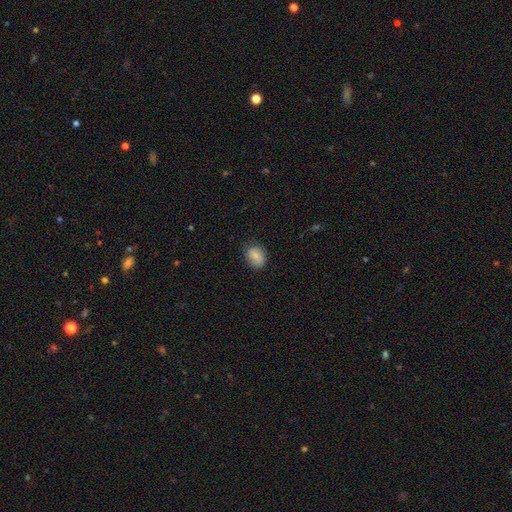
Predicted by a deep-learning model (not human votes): A smooth galaxy with no disk features (84%) that is in between round and cigar-shaped (69%).

Vote fractions:
- Smooth or featured? smooth: 84% / featured or disk: 8% / star or artifact: 8%
- How rounded? in between: 69% / round: 30% / cigar-shaped: 1%
- Merging? none: 75% / minor disturbance: 20% / major disturbance: 4% / merger: 1%